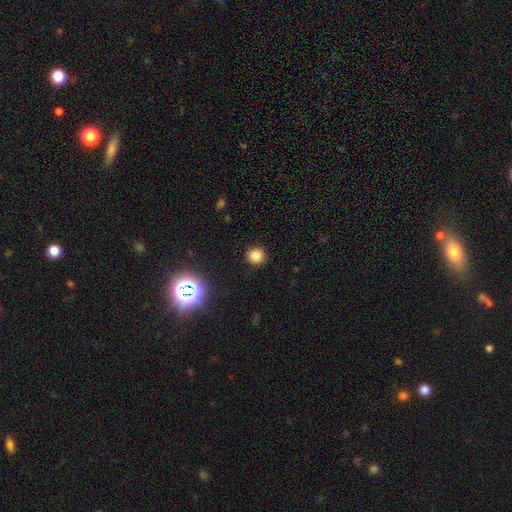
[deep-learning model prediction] smooth_or_featured: smooth (p=0.81) [alt: star or artifact p=0.15]
how_rounded: round (p=0.92) [alt: in between p=0.07]
merging: none (p=0.91) [alt: minor disturbance p=0.06]